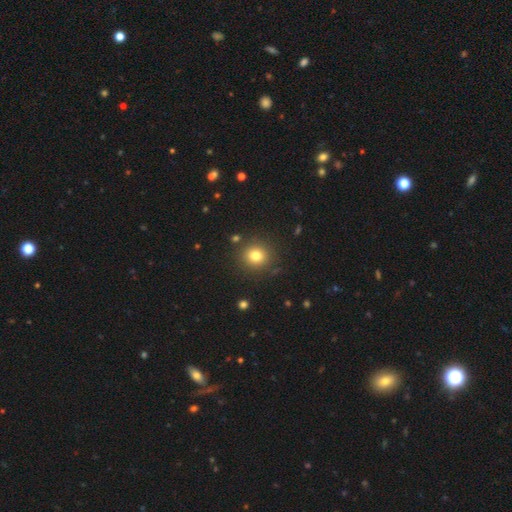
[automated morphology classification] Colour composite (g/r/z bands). It shows a smooth galaxy with no disk features (79%) that is round (90%). Merging: none (88%).